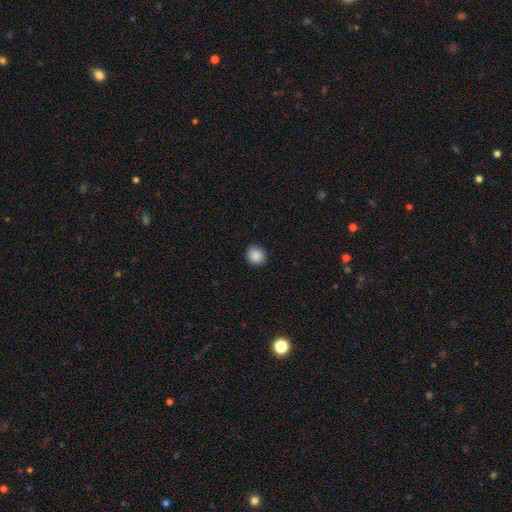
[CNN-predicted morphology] This is clearly a smooth galaxy (89%). How rounded: clearly round (86%). Merging: clearly none (90%).